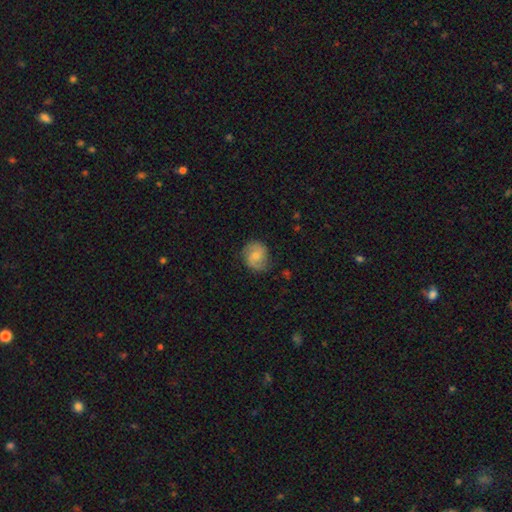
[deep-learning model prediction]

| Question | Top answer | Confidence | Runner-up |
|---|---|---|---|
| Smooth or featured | smooth | 50% | featured or disk (42%) |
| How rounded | round | 71% | in between (28%) |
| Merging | none | 70% | minor disturbance (22%) |